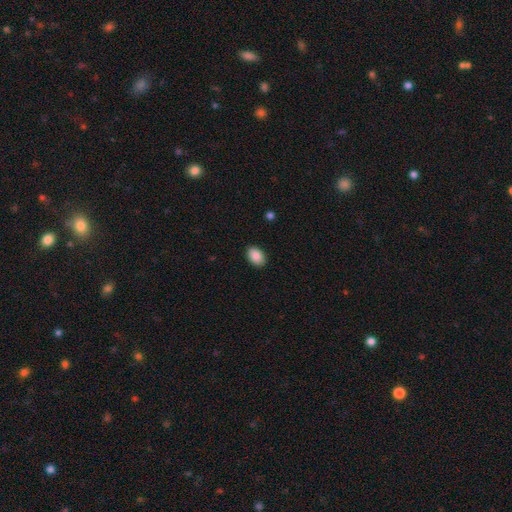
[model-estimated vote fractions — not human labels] The model was most divided on "how rounded": in between: 85%, round: 14%, cigar-shaped: 1%. More confident: smooth or featured — smooth (90%); merging — none (89%).